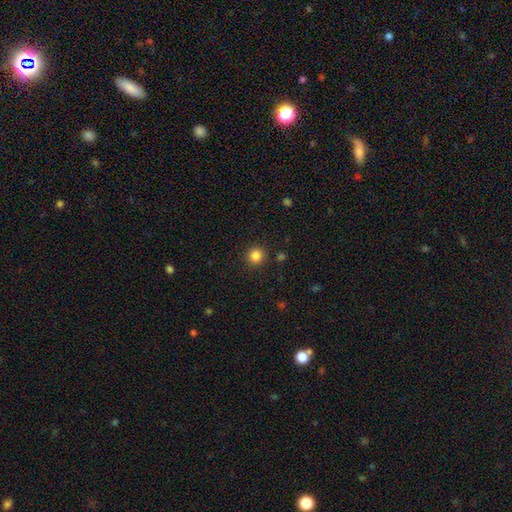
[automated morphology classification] Smooth or featured: smooth — 84% (star or artifact — 12%)
How rounded: round — 93% (in between — 6%)
Merging: none — 91% (minor disturbance — 5%)